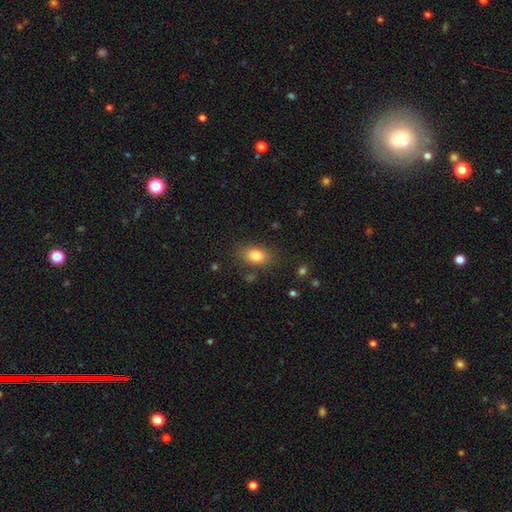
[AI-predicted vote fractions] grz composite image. It shows a smooth galaxy with no disk features (82%) that is in between round and cigar-shaped (83%). Merging: none (80%).